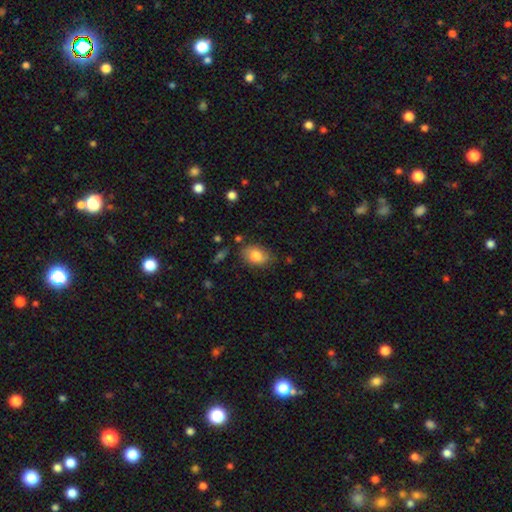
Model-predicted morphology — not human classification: smooth_or_featured: smooth (p=0.79) [alt: featured or disk p=0.14]
how_rounded: in between (p=0.86) [alt: round p=0.13]
merging: none (p=0.72) [alt: minor disturbance p=0.21]